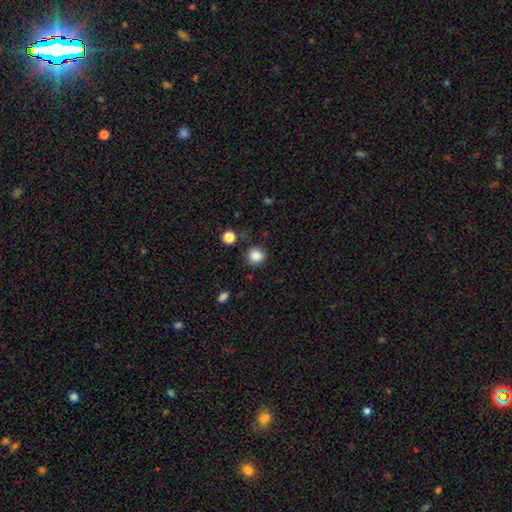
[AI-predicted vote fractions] A smooth galaxy with no disk features (86%) that is round (89%).

Vote fractions:
- Smooth or featured? smooth: 86% / star or artifact: 10% / featured or disk: 3%
- How rounded? round: 89% / in between: 11% / cigar-shaped: 1%
- Merging? none: 84% / minor disturbance: 11% / major disturbance: 3% / merger: 3%